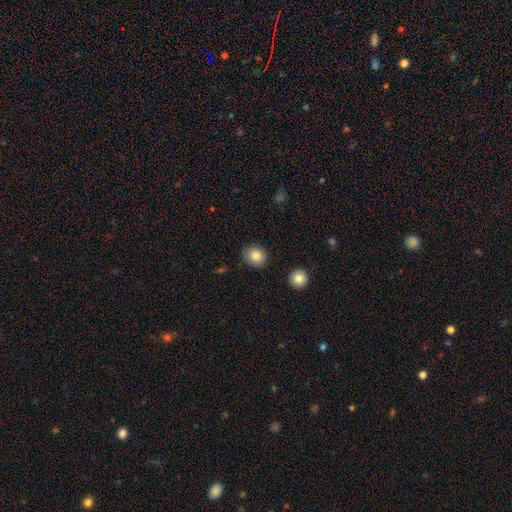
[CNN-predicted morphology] smooth 84%, star or artifact 9%, featured or disk 7%. Down the decision tree: how rounded — round (75%); merging — none (87%).